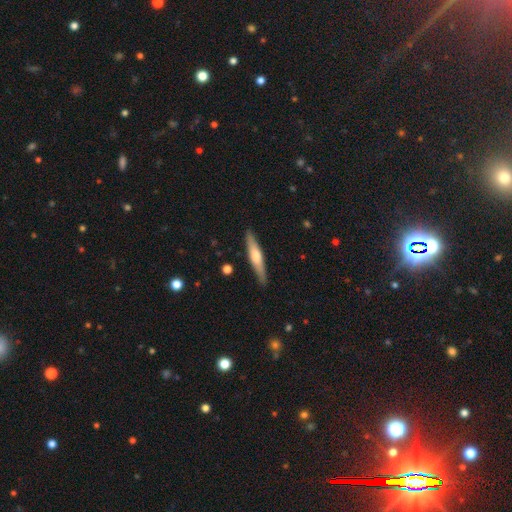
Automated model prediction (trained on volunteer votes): Smooth or featured: featured or disk — 49% (smooth — 46%)
Merging: none — 88% (minor disturbance — 9%)